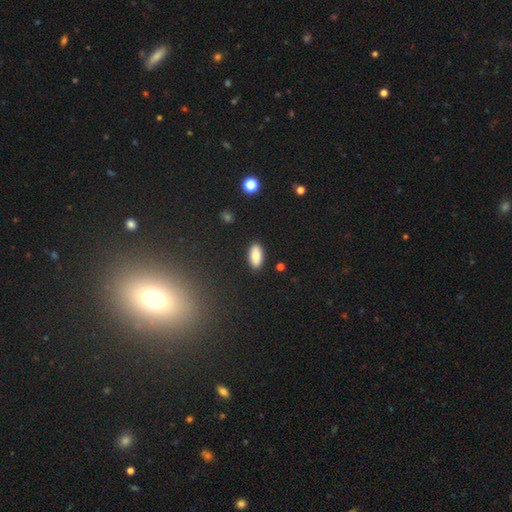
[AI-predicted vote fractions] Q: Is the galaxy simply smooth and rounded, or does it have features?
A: smooth — 86%.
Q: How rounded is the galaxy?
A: in between — 90%.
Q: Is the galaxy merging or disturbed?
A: none — 88%.